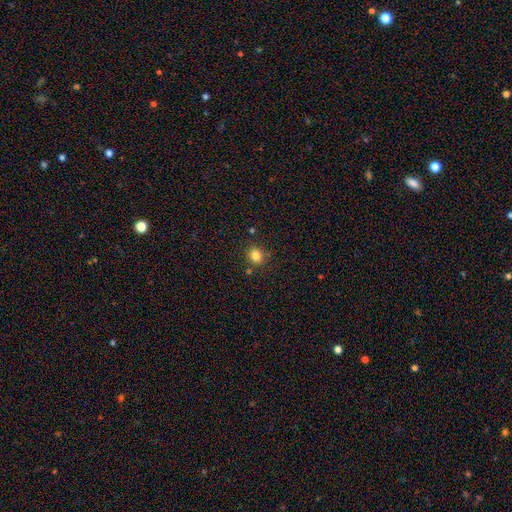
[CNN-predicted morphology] Smooth or featured?
  - smooth: 82% *
  - star or artifact: 12%
  - featured or disk: 6%
How rounded?
  - round: 67% *
  - in between: 32%
  - cigar-shaped: 1%
Merging?
  - none: 80% *
  - minor disturbance: 11%
  - merger: 6%
  - major disturbance: 3%